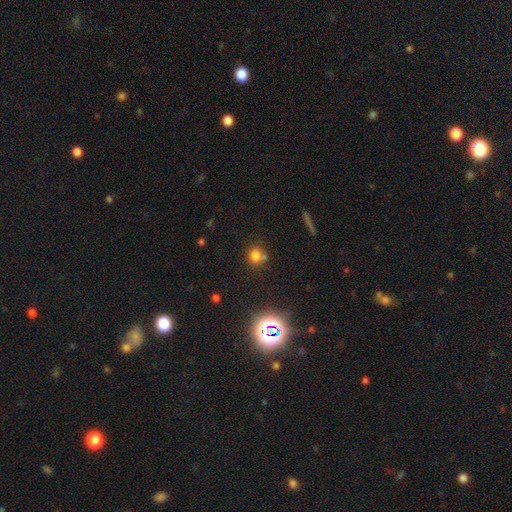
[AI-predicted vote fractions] smooth_or_featured: smooth (p=0.70) [alt: star or artifact p=0.20]
how_rounded: round (p=0.80) [alt: in between p=0.19]
merging: none (p=0.59) [alt: merger p=0.24]